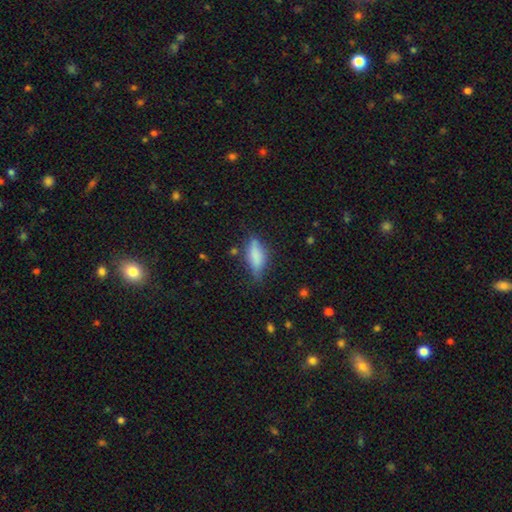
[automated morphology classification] smooth-or-featured: smooth: 72% | featured or disk: 19% | star or artifact: 9%
  how-rounded: in between: 70% | cigar-shaped: 27% | round: 3%
  merging: none: 60% | minor disturbance: 28% | major disturbance: 9% | merger: 3%